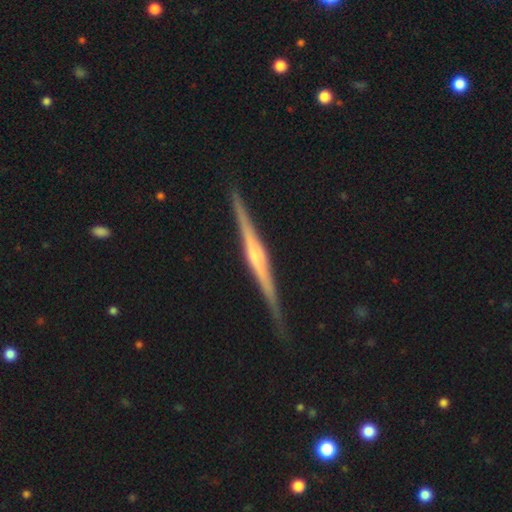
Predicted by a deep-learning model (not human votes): smooth_or_featured: featured or disk (p=0.81) [alt: smooth p=0.13]
disk_edge_on: yes (p=0.98) [alt: no p=0.02]
edge_on_bulge: rounded (p=0.64) [alt: boxy p=0.19]
merging: none (p=0.88) [alt: minor disturbance p=0.09]